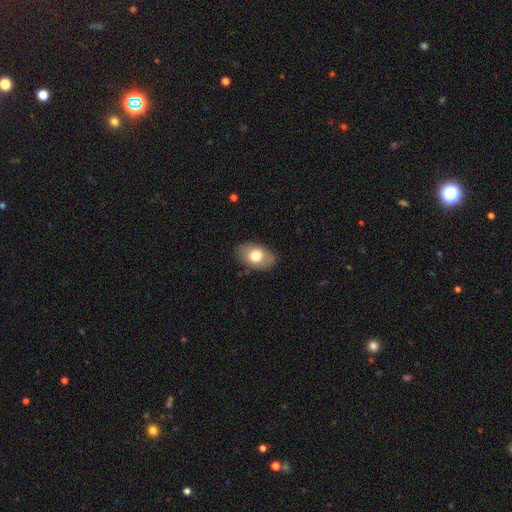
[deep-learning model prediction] A smooth galaxy with no disk features (75%) that is in between round and cigar-shaped (86%).

Vote fractions:
- Smooth or featured? smooth: 75% / featured or disk: 18% / star or artifact: 7%
- How rounded? in between: 86% / round: 13% / cigar-shaped: 1%
- Merging? none: 82% / minor disturbance: 14% / major disturbance: 3% / merger: 1%